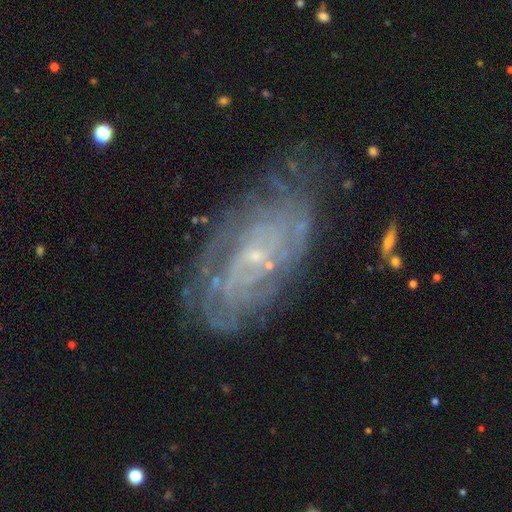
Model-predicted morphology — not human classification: A featured or disk galaxy (78%) with no bar (61%), tight (71%) spiral arms (87%) and a small central bulge (82%). Merging: none (73%).